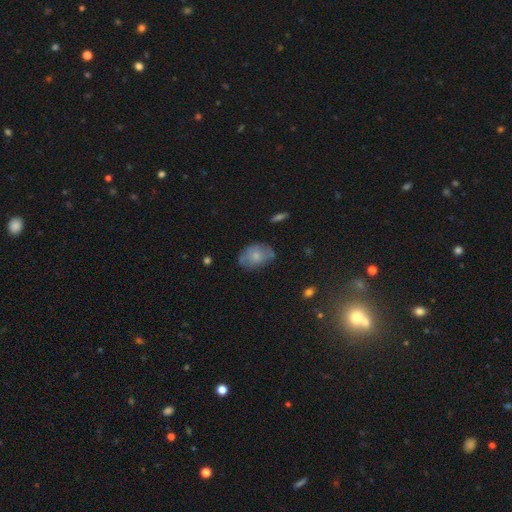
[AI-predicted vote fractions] Smooth or featured?
  - smooth: 68% *
  - featured or disk: 24%
  - star or artifact: 8%
How rounded?
  - in between: 77% *
  - round: 22%
  - cigar-shaped: 1%
Merging?
  - none: 62% *
  - minor disturbance: 27%
  - major disturbance: 7%
  - merger: 4%